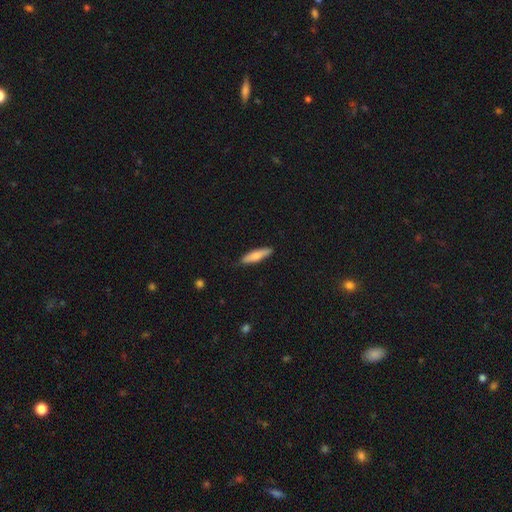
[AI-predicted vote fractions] smooth-or-featured: smooth: 69% | featured or disk: 26% | star or artifact: 6%
  how-rounded: cigar-shaped: 77% | in between: 21% | round: 2%
  merging: none: 86% | minor disturbance: 11% | major disturbance: 2% | merger: 1%